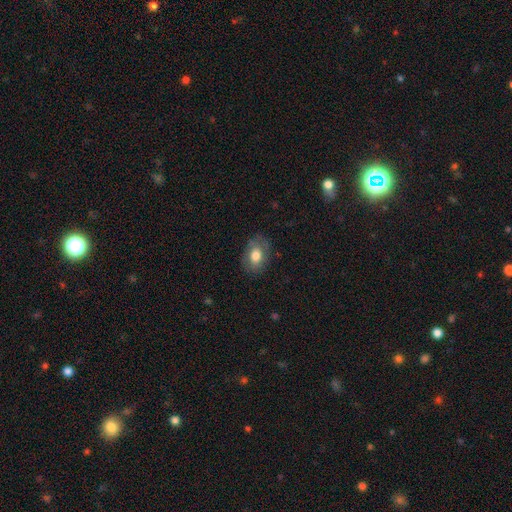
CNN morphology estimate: The model was most divided on "smooth or featured": smooth: 72%, featured or disk: 20%, star or artifact: 8%. More confident: how rounded — in between (78%); merging — none (77%).